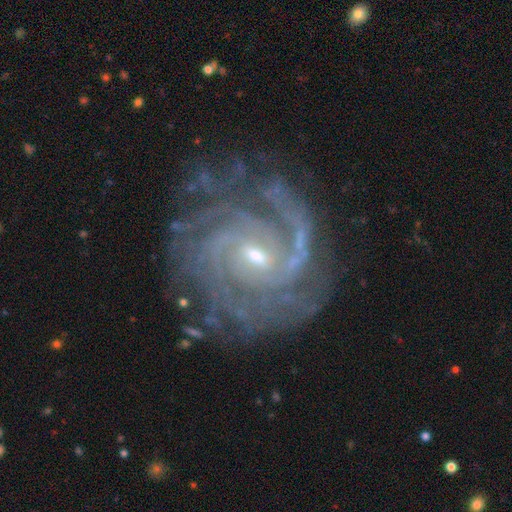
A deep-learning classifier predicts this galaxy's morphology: Smooth or featured? Predicted: featured or disk (p=0.92). Edge-on disk? Predicted: no (p=0.98). Bar? Predicted: weak (p=0.44). Spiral arms? Predicted: yes (p=0.98). Spiral winding? Predicted: tight (p=0.70). Spiral arm count? Predicted: 2 (p=0.26). Bulge size? Predicted: small (p=0.68). Merging? Predicted: none (p=0.75).